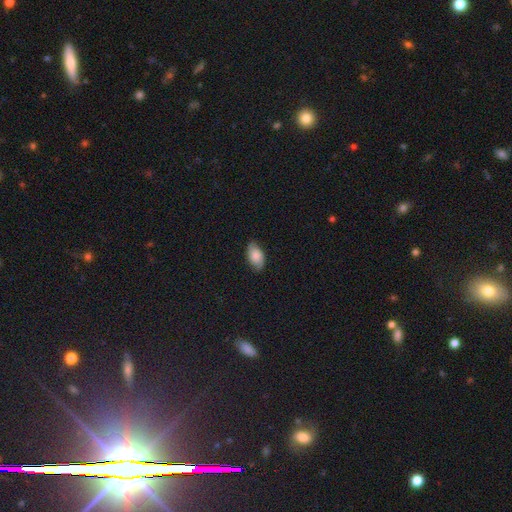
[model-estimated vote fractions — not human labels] smooth_or_featured: smooth (p=0.67) [alt: featured or disk p=0.25]
how_rounded: in between (p=0.93) [alt: round p=0.05]
merging: none (p=0.79) [alt: minor disturbance p=0.17]